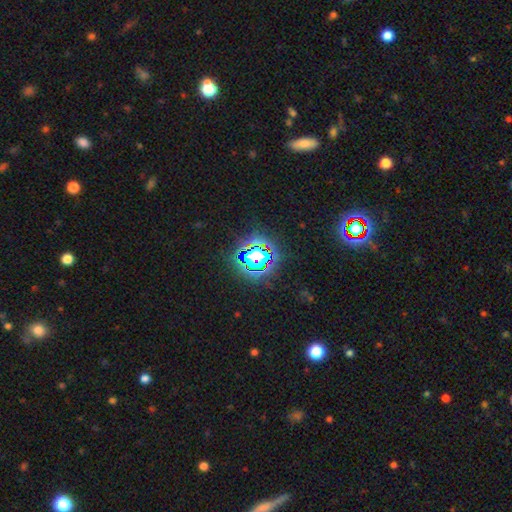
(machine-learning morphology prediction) This appears to be a star or artifact, not a galaxy (68%).